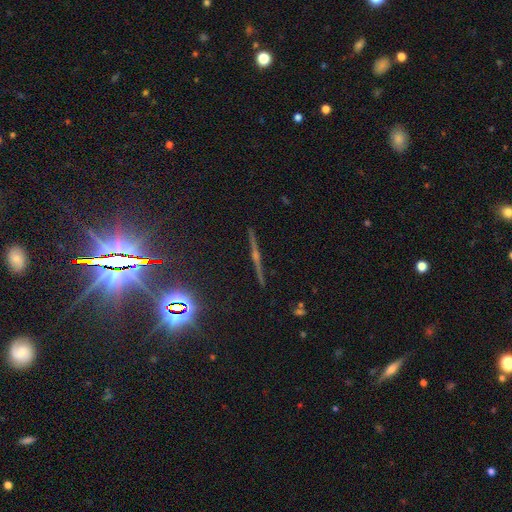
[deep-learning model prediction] This appears to be a featured or disk galaxy (62%) viewed edge-on (97%) with a rounded central bulge (73%). Merging: none (91%).